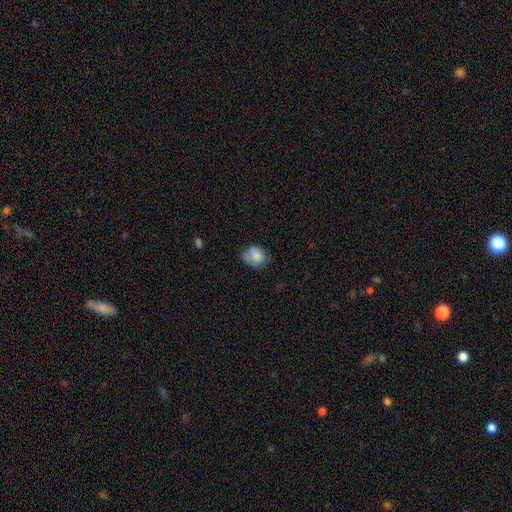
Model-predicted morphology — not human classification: Smooth or featured? Predicted: smooth (p=0.78). How rounded? Predicted: round (p=0.55). Merging? Predicted: none (p=0.51).